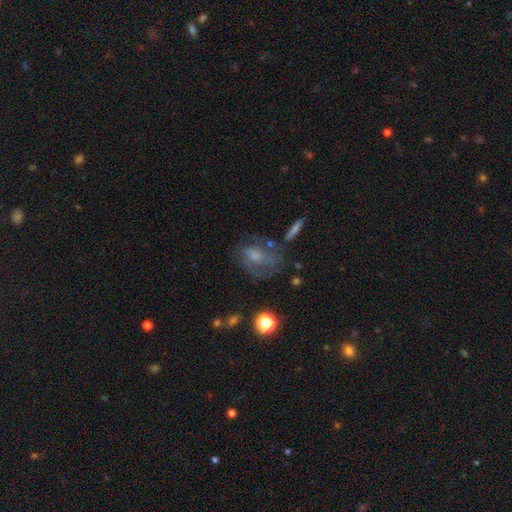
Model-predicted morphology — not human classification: type=smooth (46%); merging=none (42%).